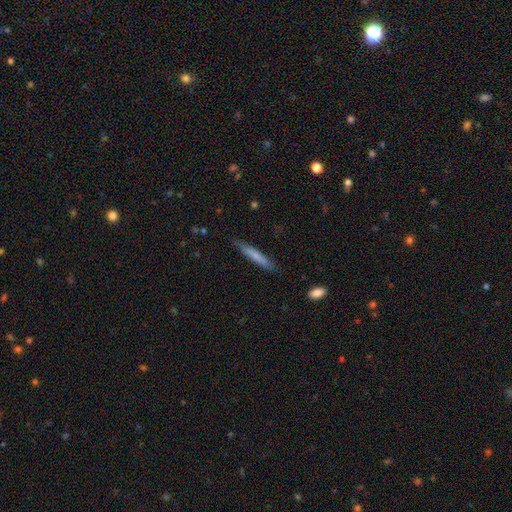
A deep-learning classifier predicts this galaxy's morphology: A smooth galaxy with no disk features (73%) that is cigar-shaped (94%).

Vote fractions:
- Smooth or featured? smooth: 73% / featured or disk: 22% / star or artifact: 6%
- How rounded? cigar-shaped: 94% / in between: 5% / round: 1%
- Merging? none: 82% / minor disturbance: 14% / major disturbance: 2% / merger: 1%